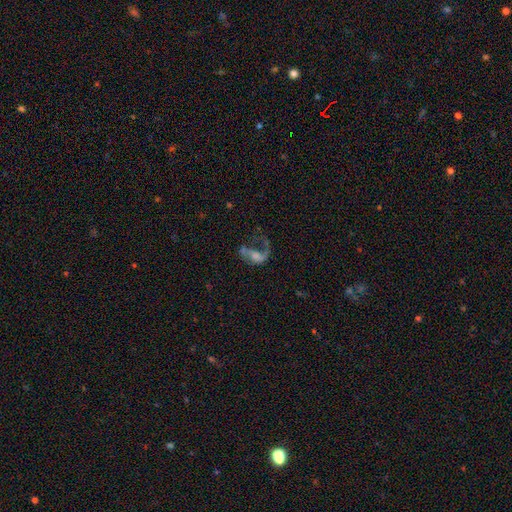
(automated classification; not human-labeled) A featured or disk galaxy (64%) with no bar (62%), spiral arms (64%) and a small central bulge (32%, tied with none). Merging: major disturbance (51%).